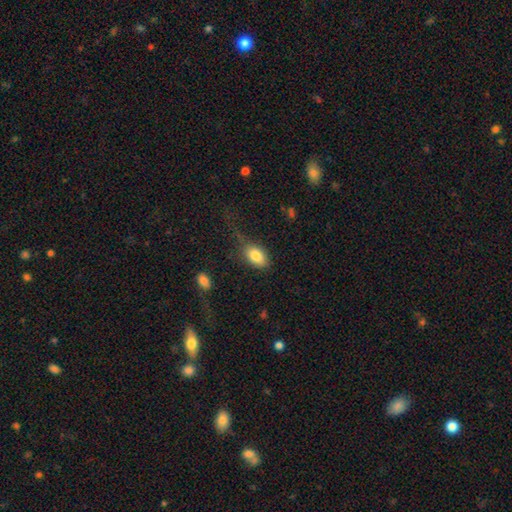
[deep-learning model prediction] smooth_or_featured: smooth (p=0.83) [alt: featured or disk p=0.10]
how_rounded: in between (p=0.89) [alt: round p=0.08]
merging: none (p=0.48) [alt: minor disturbance p=0.25]